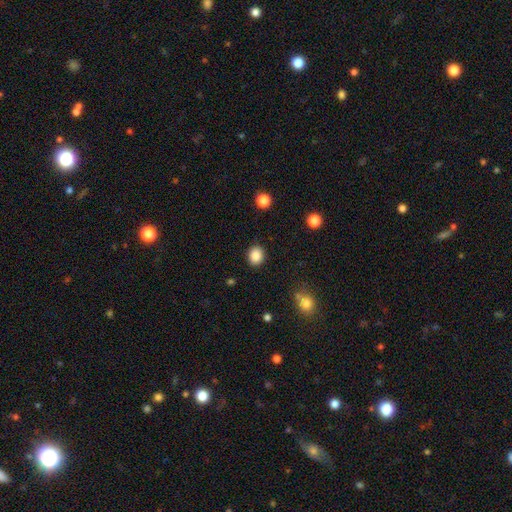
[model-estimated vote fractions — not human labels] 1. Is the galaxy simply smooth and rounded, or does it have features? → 87% smooth, 10% star or artifact, 4% featured or disk.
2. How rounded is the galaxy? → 68% round, 31% in between, 1% cigar-shaped.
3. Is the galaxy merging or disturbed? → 89% none, 7% minor disturbance, 2% major disturbance, 1% merger.